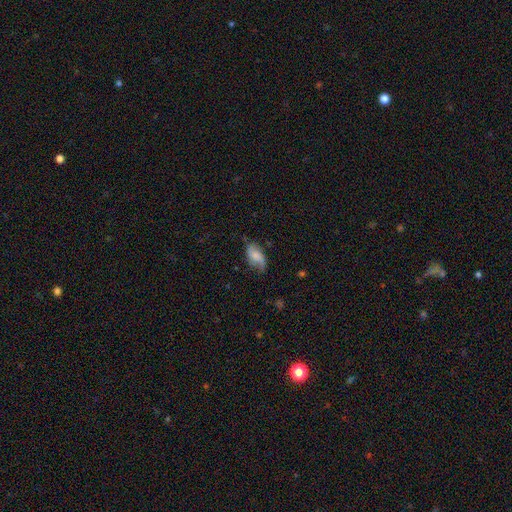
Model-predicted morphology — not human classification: type=smooth (56%); roundness=in between (91%); merging=none (59%).